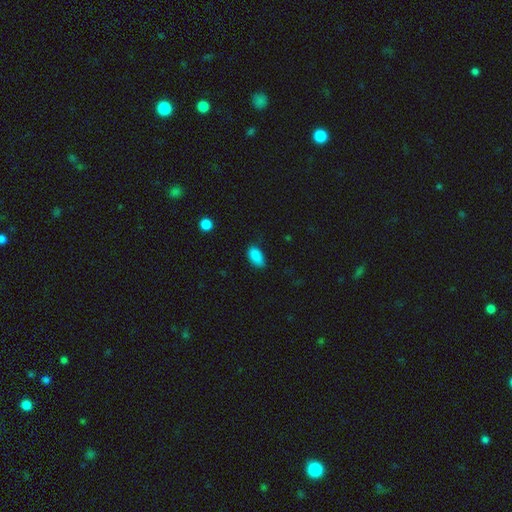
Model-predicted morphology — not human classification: smooth 88%, star or artifact 9%, featured or disk 3%. Down the decision tree: how rounded — in between (92%); merging — none (77%).